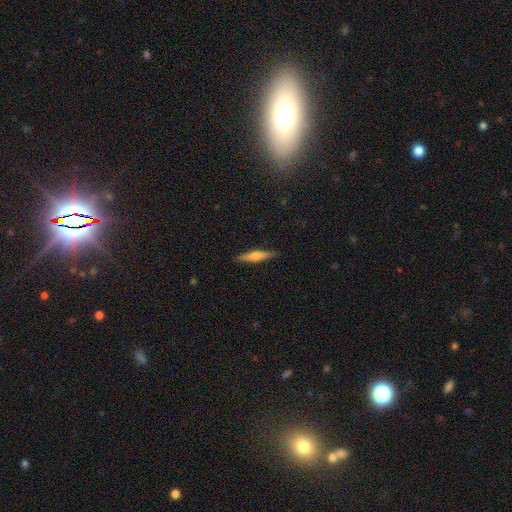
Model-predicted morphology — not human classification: featured or disk 51%, smooth 43%, star or artifact 6%. Down the decision tree: edge-on disk — yes (96%); merging — none (90%).